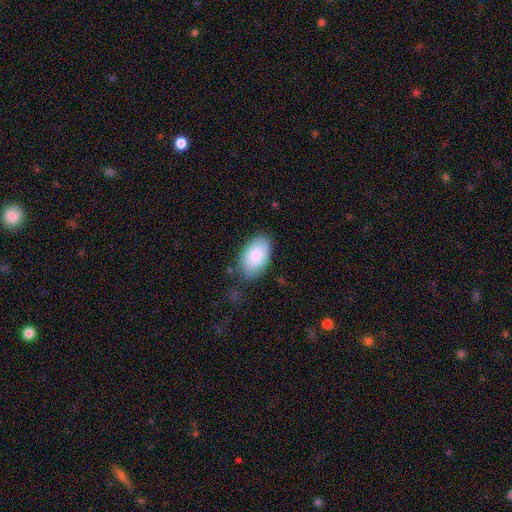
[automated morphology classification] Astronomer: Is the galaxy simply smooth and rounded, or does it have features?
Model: smooth — 86%.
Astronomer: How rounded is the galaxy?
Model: in between — 95%.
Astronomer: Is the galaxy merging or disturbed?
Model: none — 76%.